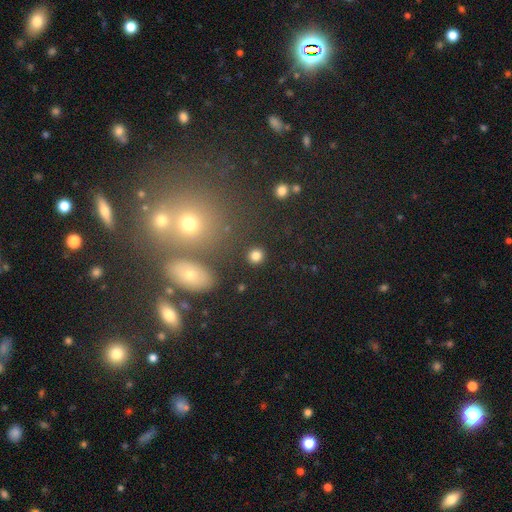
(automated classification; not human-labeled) A smooth galaxy with no disk features (83%) that is round (89%).

Vote fractions:
- Smooth or featured? smooth: 83% / star or artifact: 12% / featured or disk: 5%
- How rounded? round: 89% / in between: 10% / cigar-shaped: 1%
- Merging? none: 89% / minor disturbance: 6% / major disturbance: 3% / merger: 3%